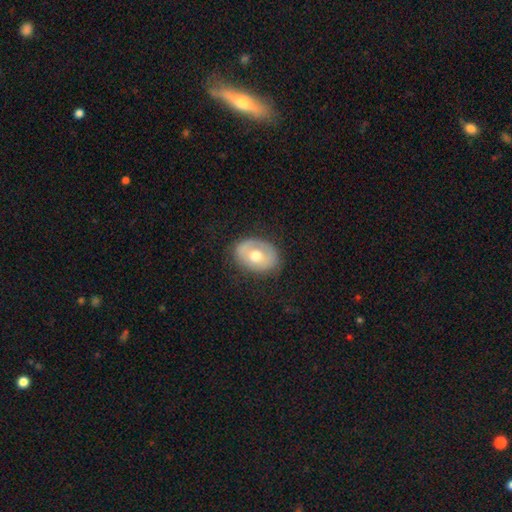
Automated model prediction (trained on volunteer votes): A smooth galaxy with no disk features (55%) that is in between round and cigar-shaped (63%). Merging: none (75%).